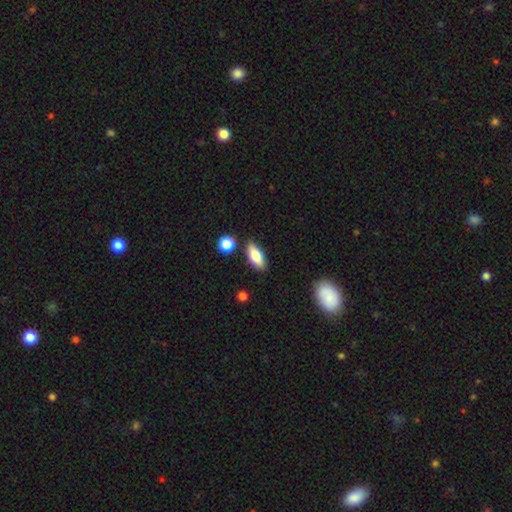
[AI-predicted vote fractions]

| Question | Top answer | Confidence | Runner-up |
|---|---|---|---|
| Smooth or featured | smooth | 75% | featured or disk (18%) |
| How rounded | in between | 76% | cigar-shaped (20%) |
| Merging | none | 83% | minor disturbance (11%) |